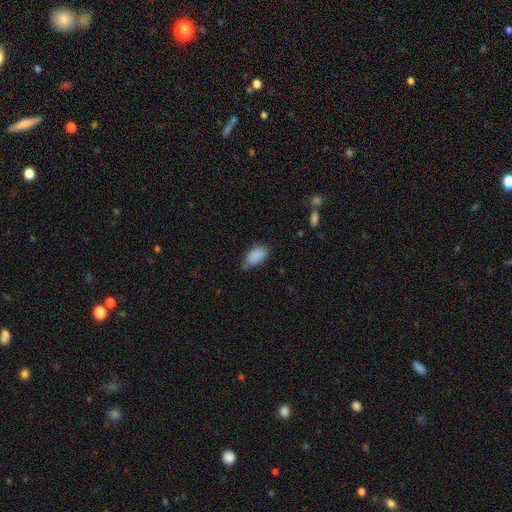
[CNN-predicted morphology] A smooth galaxy with no disk features (87%) that is in between round and cigar-shaped (93%).

Vote fractions:
- Smooth or featured? smooth: 87% / star or artifact: 7% / featured or disk: 5%
- How rounded? in between: 93% / round: 5% / cigar-shaped: 2%
- Merging? none: 57% / minor disturbance: 34% / major disturbance: 7% / merger: 2%